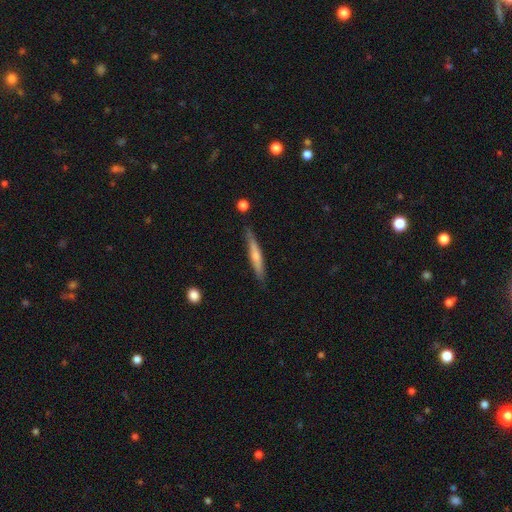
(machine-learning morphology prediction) A smooth galaxy with no disk features (50%) that is cigar-shaped (93%). Merging: none (83%).